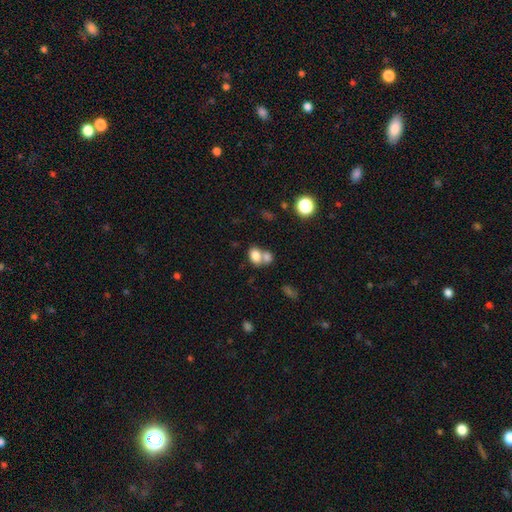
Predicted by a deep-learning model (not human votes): A smooth galaxy with no disk features (79%) that is in between round and cigar-shaped (74%). Merging: merger (53%).